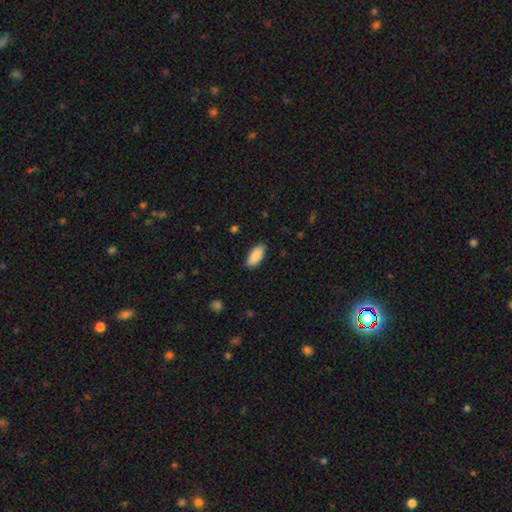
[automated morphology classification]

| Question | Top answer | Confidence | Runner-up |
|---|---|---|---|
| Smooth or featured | smooth | 89% | star or artifact (6%) |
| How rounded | in between | 90% | cigar-shaped (8%) |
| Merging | none | 87% | minor disturbance (10%) |